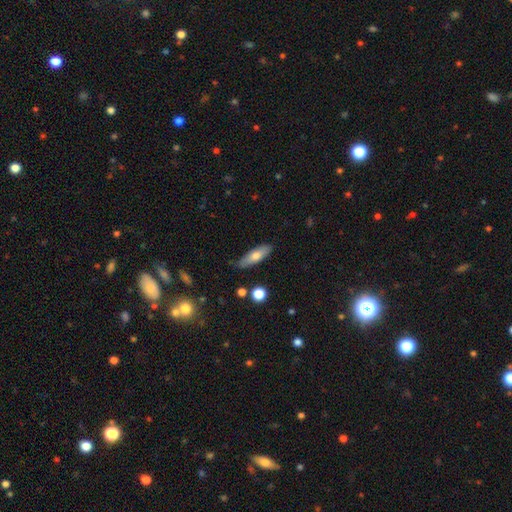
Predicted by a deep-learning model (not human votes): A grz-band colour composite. It shows a smooth galaxy with no disk features (66%) that is cigar-shaped (54%). Merging: none (82%).